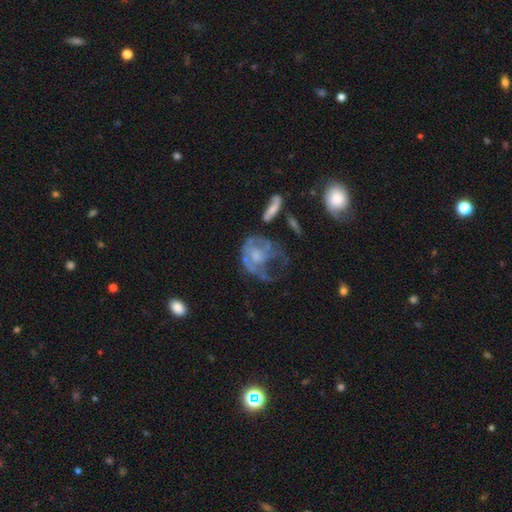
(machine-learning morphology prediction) Q: Smooth or featured?
A: featured or disk (62%); runner-up: smooth (28%)
Q: Edge-on disk?
A: no (97%); runner-up: yes (3%)
Q: Bar?
A: no (80%); runner-up: weak (17%)
Q: Spiral arms?
A: no (60%); runner-up: yes (40%)
Q: Bulge size?
A: moderate (35%); runner-up: small (27%)
Q: Merging?
A: major disturbance (48%); runner-up: none (25%)